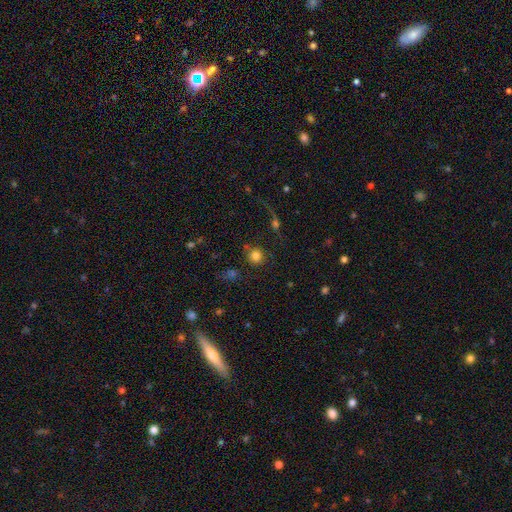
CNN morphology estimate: The model was most divided on "smooth or featured": smooth: 81%, star or artifact: 12%, featured or disk: 7%. More confident: how rounded — round (92%); merging — none (79%).